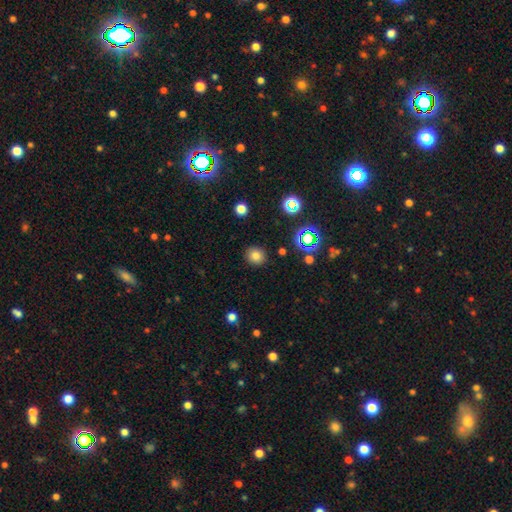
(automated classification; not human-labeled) Smooth or featured? smooth (77%)
How rounded? round (87%)
Merging? none (89%)